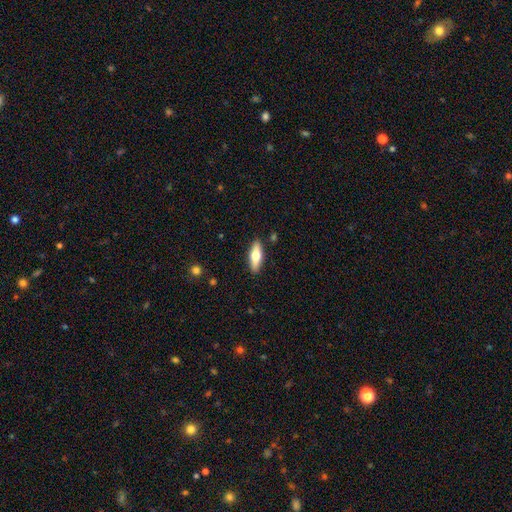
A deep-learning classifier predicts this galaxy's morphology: type=smooth (57%); roundness=in between (53%); merging=none (89%).